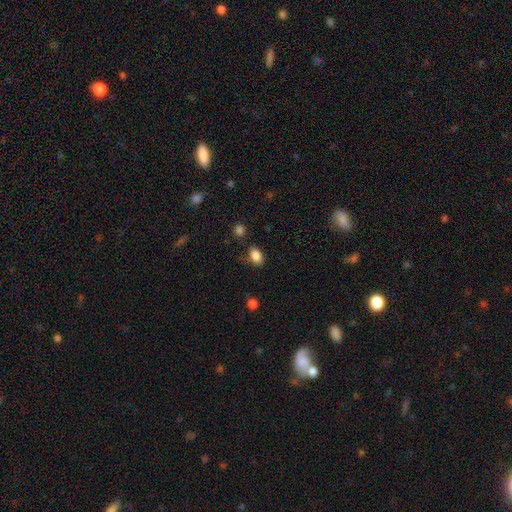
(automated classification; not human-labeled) The model was most divided on "merging": none: 74%, minor disturbance: 18%, major disturbance: 5%, merger: 3%. More confident: smooth or featured — smooth (86%); how rounded — in between (86%).